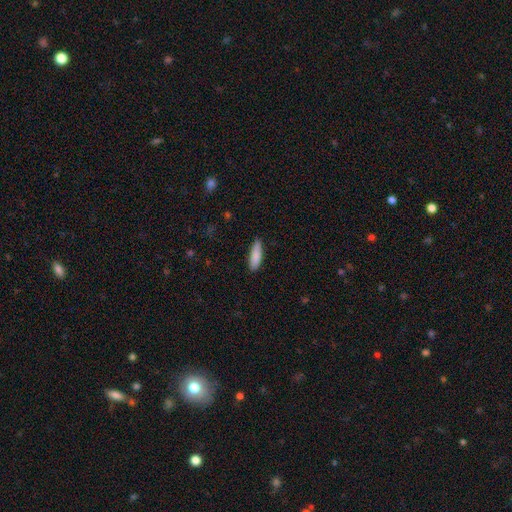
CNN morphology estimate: Smooth or featured? smooth (86%)
How rounded? cigar-shaped (52%)
Merging? none (82%)